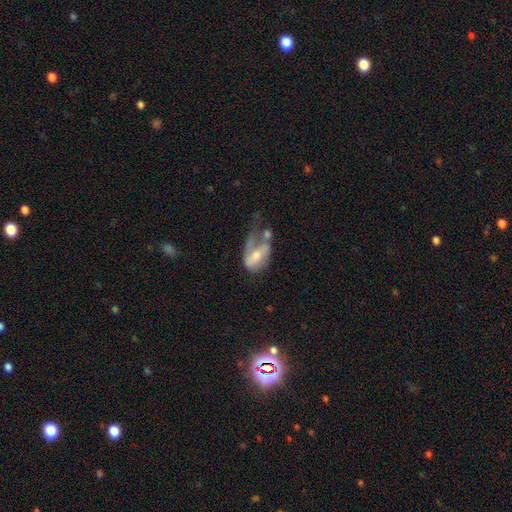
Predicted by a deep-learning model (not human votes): Smooth or featured? Predicted: featured or disk (p=0.49). Merging? Predicted: major disturbance (p=0.43).